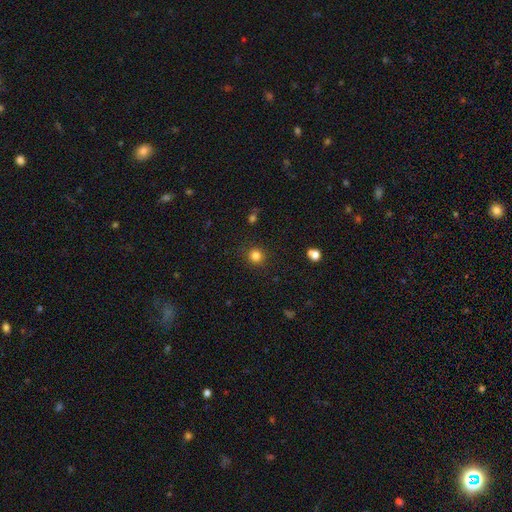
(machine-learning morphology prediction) This appears to be a smooth galaxy with no disk features (83%) that is round (93%). Merging: none (90%).